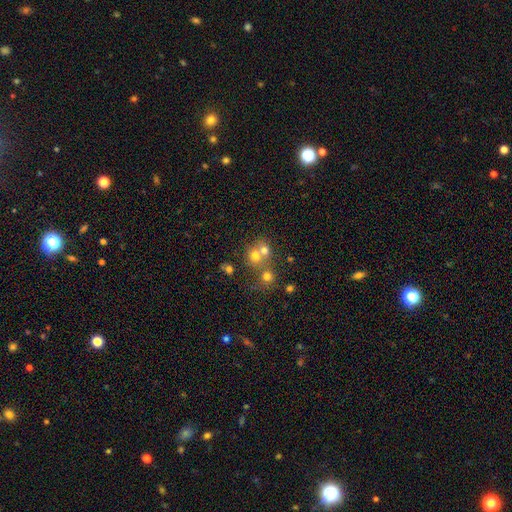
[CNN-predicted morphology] Smooth or featured?
  - smooth: 66% *
  - featured or disk: 17%
  - star or artifact: 17%
How rounded?
  - round: 79% *
  - in between: 20%
  - cigar-shaped: 1%
Merging?
  - merger: 51% *
  - none: 39%
  - minor disturbance: 6%
  - major disturbance: 4%